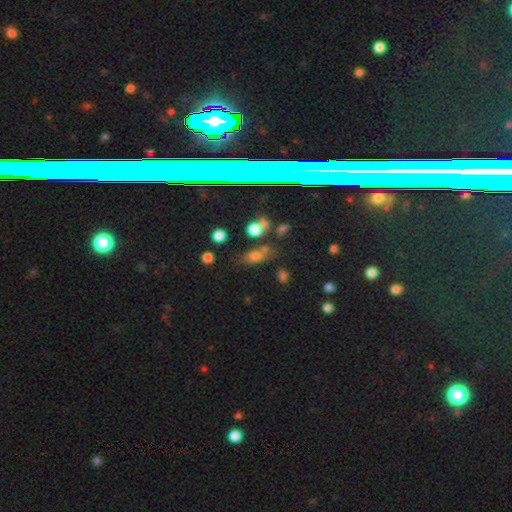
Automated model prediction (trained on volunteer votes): This is possibly a smooth galaxy (59%). How rounded: likely in between (61%). Merging: likely none (62%).